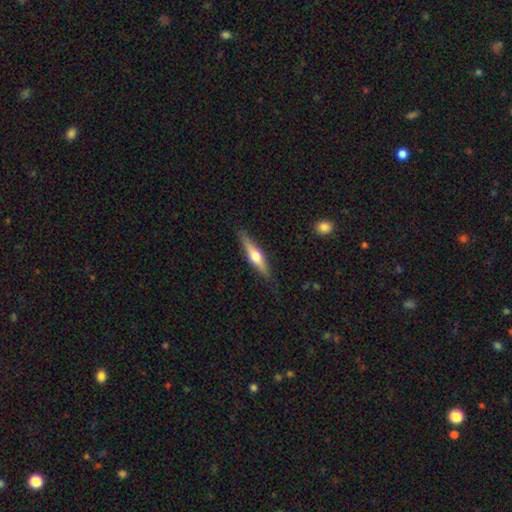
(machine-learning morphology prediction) smooth_or_featured: featured or disk (p=0.61) [alt: smooth p=0.34]
disk_edge_on: yes (p=0.96) [alt: no p=0.04]
edge_on_bulge: rounded (p=0.94) [alt: boxy p=0.03]
merging: none (p=0.86) [alt: minor disturbance p=0.11]